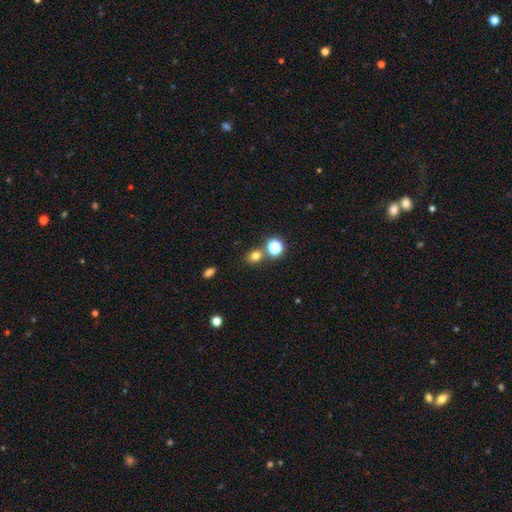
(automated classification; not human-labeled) Smooth or featured? Predicted: smooth (p=0.73). How rounded? Predicted: round (p=0.65). Merging? Predicted: none (p=0.72).